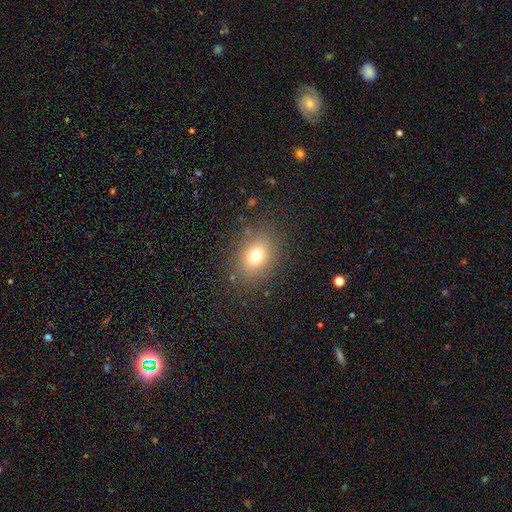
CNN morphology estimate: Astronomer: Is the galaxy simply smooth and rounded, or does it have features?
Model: smooth — 72%.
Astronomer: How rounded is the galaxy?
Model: in between — 52% (runner-up: round, 47%).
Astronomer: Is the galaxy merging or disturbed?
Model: none — 83%.